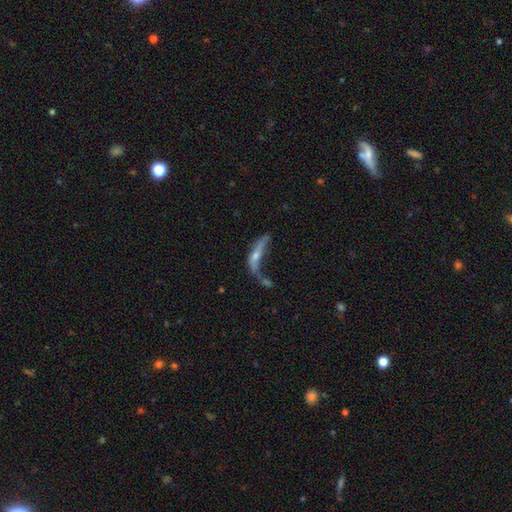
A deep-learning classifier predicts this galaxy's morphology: This is possibly a featured or disk galaxy (52%). It is possibly not viewed edge-on (51%). Merging: marginally merger (34%).